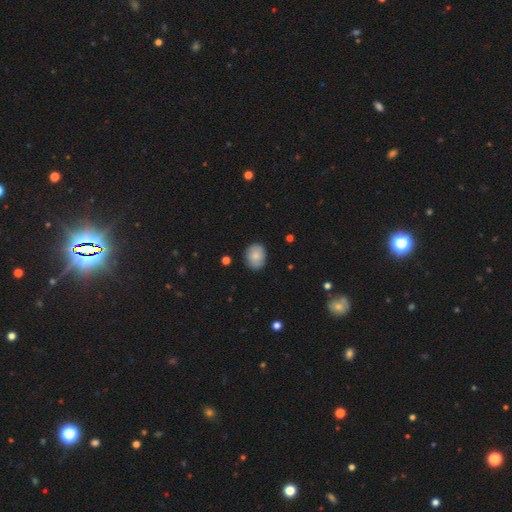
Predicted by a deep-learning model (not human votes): This is clearly a smooth galaxy (81%). How rounded: possibly round (52%). Merging: clearly none (82%).